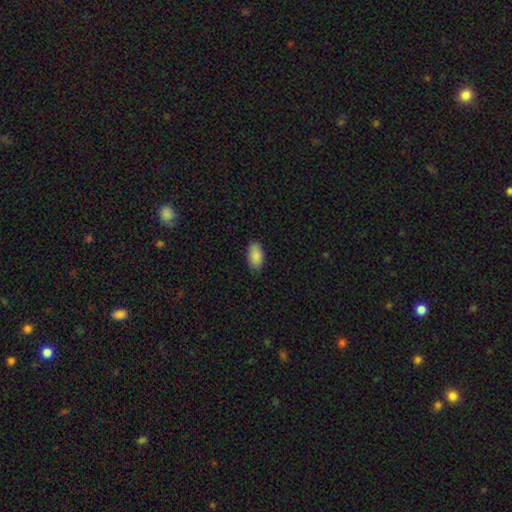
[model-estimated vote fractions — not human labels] This is clearly a smooth galaxy (89%). How rounded: clearly in between (94%). Merging: clearly none (83%).